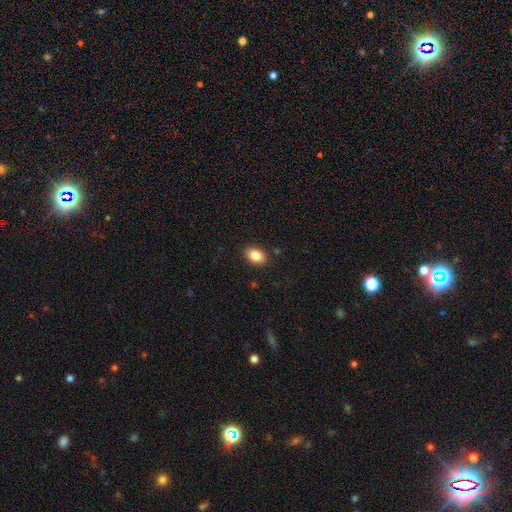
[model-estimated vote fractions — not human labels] Smooth or featured: smooth — 86% (star or artifact — 8%)
How rounded: in between — 85% (round — 14%)
Merging: none — 88% (minor disturbance — 8%)